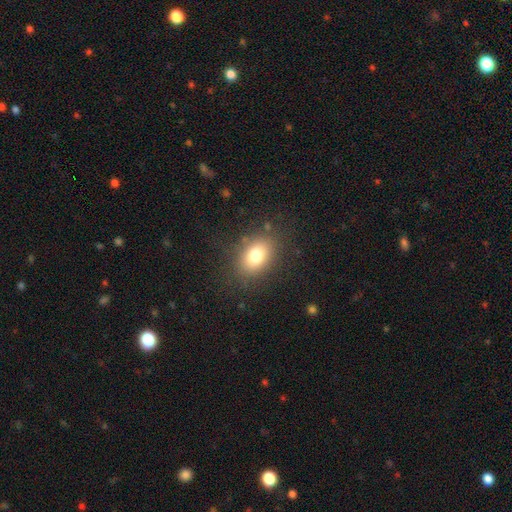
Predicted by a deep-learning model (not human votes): This is likely a smooth galaxy (78%). How rounded: likely in between (77%). Merging: clearly none (83%).